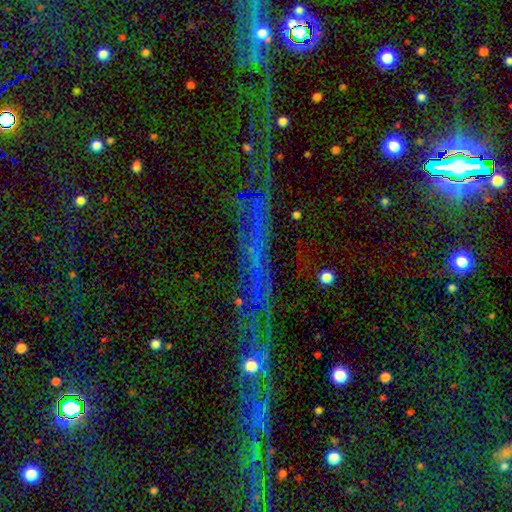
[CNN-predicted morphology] Smooth or featured?
  - star or artifact: 70% *
  - featured or disk: 17%
  - smooth: 13%